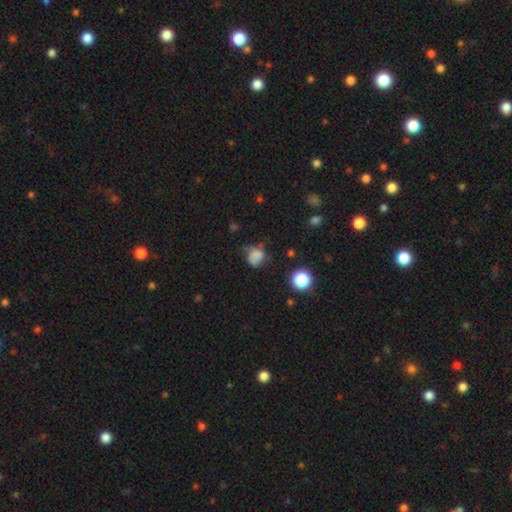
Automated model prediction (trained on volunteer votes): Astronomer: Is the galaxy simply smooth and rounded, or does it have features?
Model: smooth — 72%.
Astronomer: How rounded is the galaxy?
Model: round — 68%.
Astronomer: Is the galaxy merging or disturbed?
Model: none — 41% (runner-up: minor disturbance, 33%).